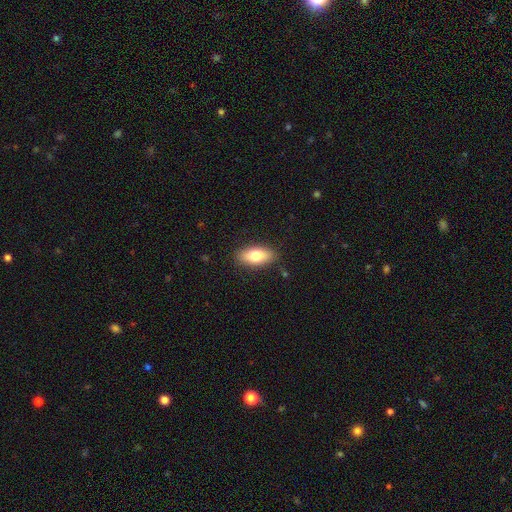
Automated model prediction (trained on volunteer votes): Smooth or featured? smooth (77%)
How rounded? in between (87%)
Merging? none (86%)